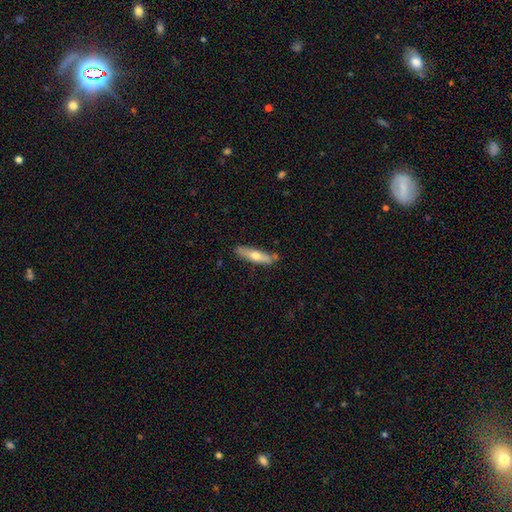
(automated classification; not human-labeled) A smooth galaxy with no disk features (57%) that is cigar-shaped (74%). Merging: none (79%).